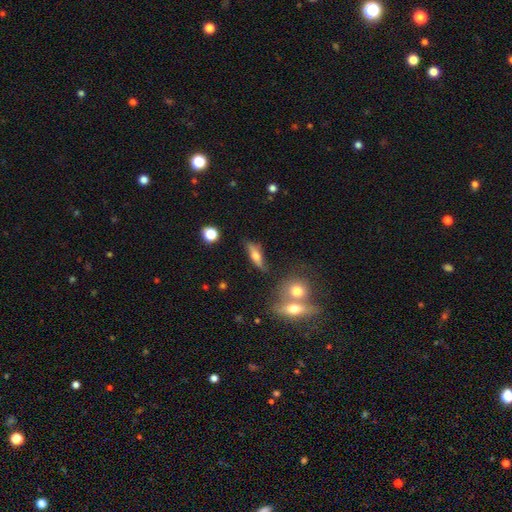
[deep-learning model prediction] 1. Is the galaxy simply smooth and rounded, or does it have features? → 48% smooth, 43% featured or disk, 9% star or artifact.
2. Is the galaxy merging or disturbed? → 74% none, 15% minor disturbance, 6% merger, 5% major disturbance.